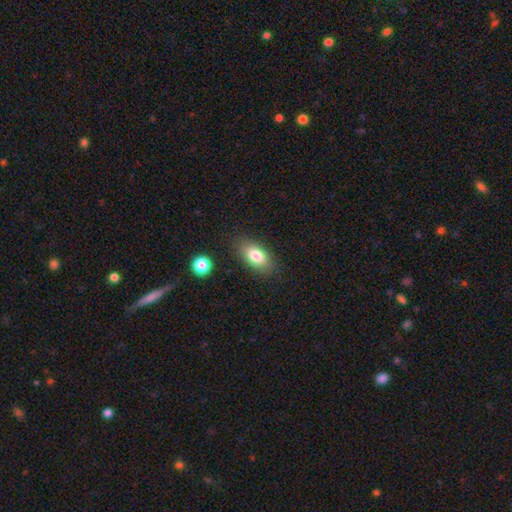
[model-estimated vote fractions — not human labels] This appears to be a smooth galaxy with no disk features (80%) that is in between round and cigar-shaped (90%). Merging: none (83%).